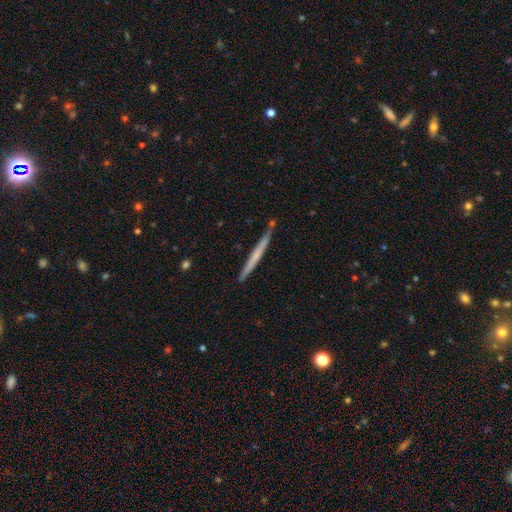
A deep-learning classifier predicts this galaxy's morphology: Overall: featured or disk (49%; smooth 45%). Merging: none (86%).